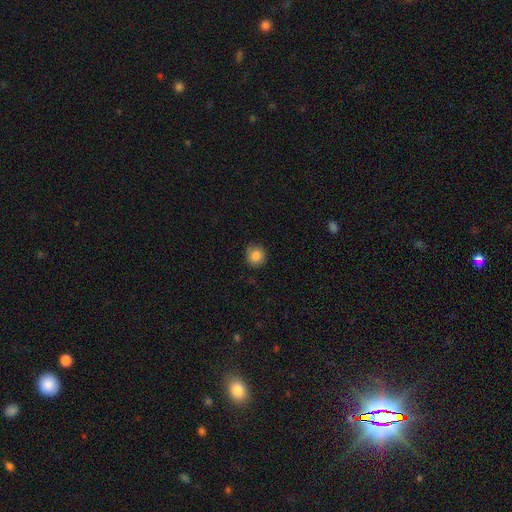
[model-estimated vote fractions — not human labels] Smooth or featured? smooth (86%)
How rounded? round (92%)
Merging? none (81%)